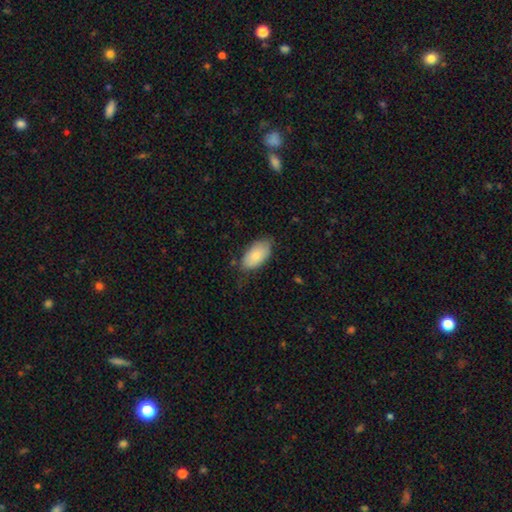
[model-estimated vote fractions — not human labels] A smooth galaxy with no disk features (80%) that is in between round and cigar-shaped (94%).

Vote fractions:
- Smooth or featured? smooth: 80% / featured or disk: 13% / star or artifact: 6%
- How rounded? in between: 94% / round: 3% / cigar-shaped: 2%
- Merging? none: 70% / minor disturbance: 23% / major disturbance: 5% / merger: 2%